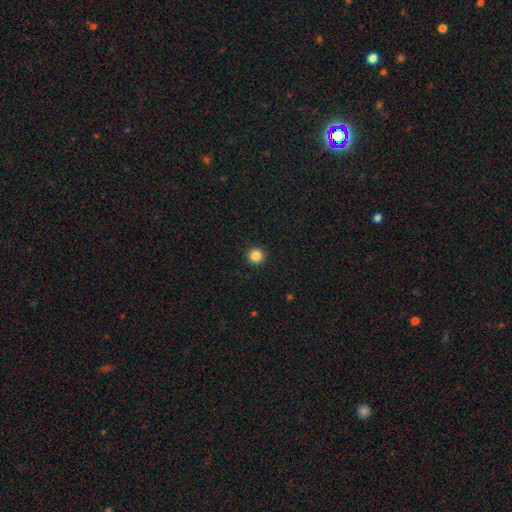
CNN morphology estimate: type=smooth (85%); roundness=round (96%); merging=none (94%).